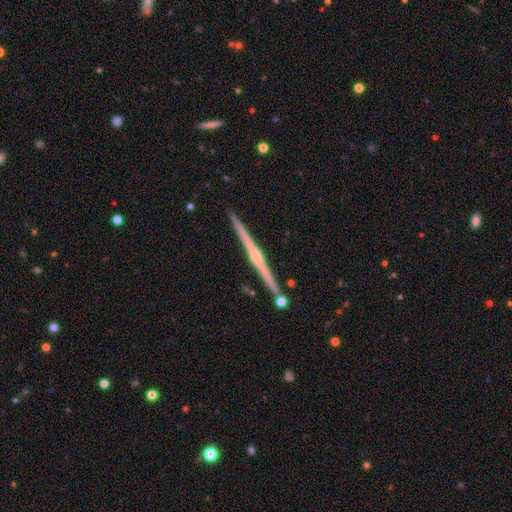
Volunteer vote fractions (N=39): Q: Smooth or featured?
A: featured or disk (79%); runner-up: smooth (15%)
Q: Edge-on disk?
A: yes (100%)
Q: Edge-on bulge?
A: rounded (97%); runner-up: none (3%)
Q: Merging?
A: none (84%); runner-up: merger (8%)